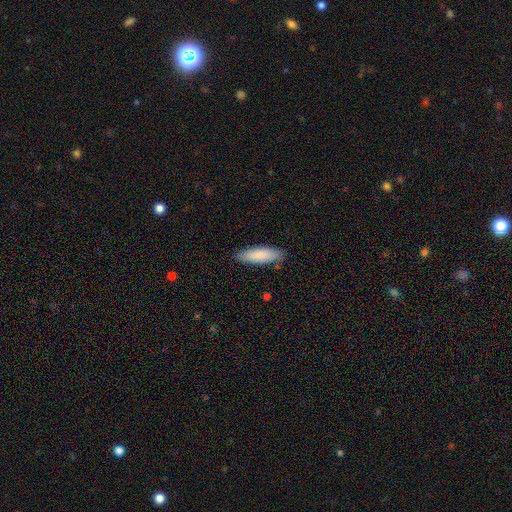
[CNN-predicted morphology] Smooth or featured: smooth — 85% (featured or disk — 9%)
How rounded: cigar-shaped — 59% (in between — 39%)
Merging: none — 86% (minor disturbance — 11%)